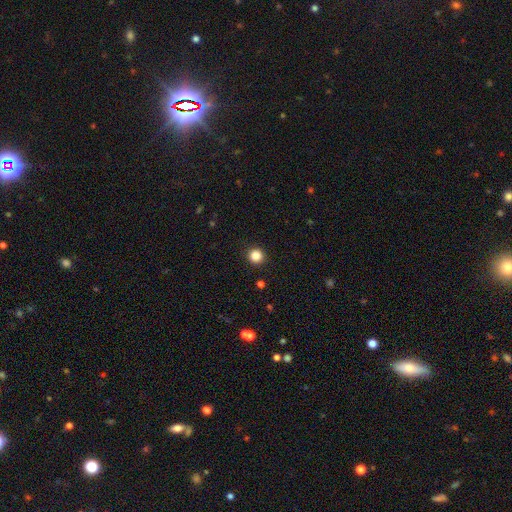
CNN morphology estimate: The model was most divided on "smooth or featured": smooth: 85%, star or artifact: 11%, featured or disk: 3%. More confident: how rounded — round (94%); merging — none (92%).